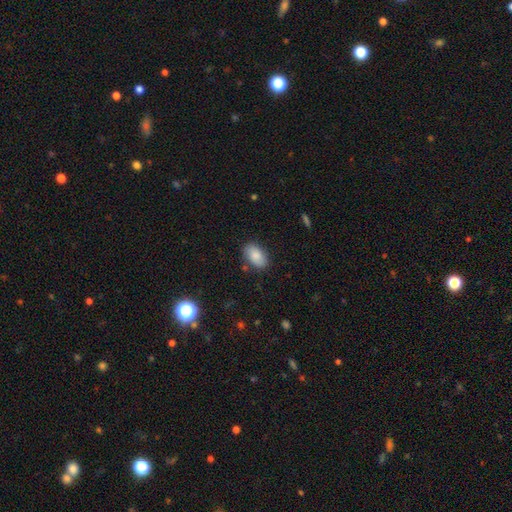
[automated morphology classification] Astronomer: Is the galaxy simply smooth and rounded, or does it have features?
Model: smooth — 85%.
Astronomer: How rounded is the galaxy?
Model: in between — 92%.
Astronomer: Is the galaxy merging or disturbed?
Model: none — 82%.